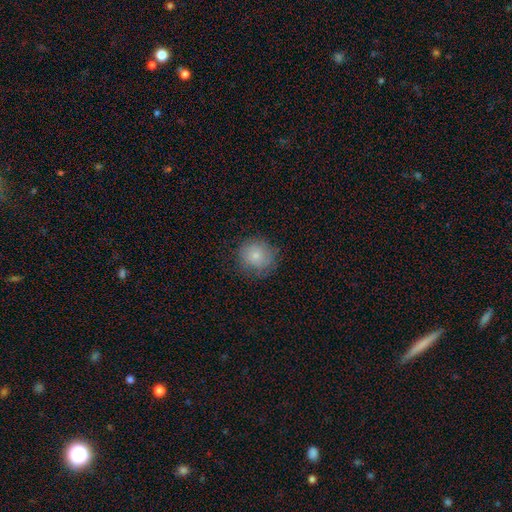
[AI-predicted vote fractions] Overall: smooth (76%). How rounded: round (90%). Merging: none (77%).